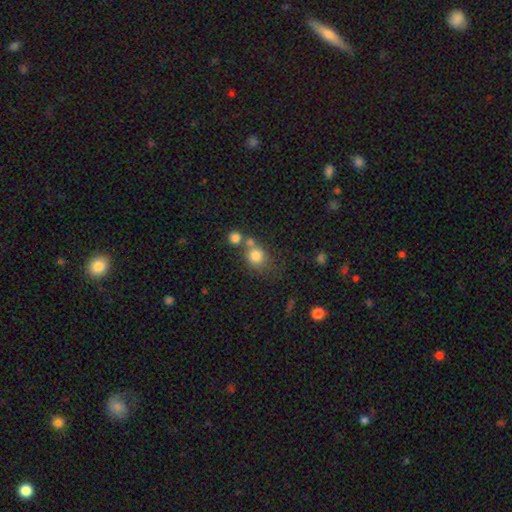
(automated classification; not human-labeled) Q: Smooth or featured?
A: smooth (79%); runner-up: star or artifact (12%)
Q: How rounded?
A: round (80%); runner-up: in between (19%)
Q: Merging?
A: none (50%); runner-up: merger (32%)